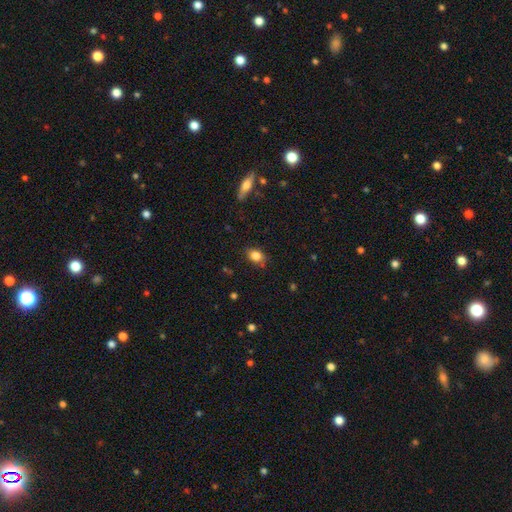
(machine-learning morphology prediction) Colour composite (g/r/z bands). It shows a smooth galaxy with no disk features (83%) that is in between round and cigar-shaped (66%). Merging: none (79%).